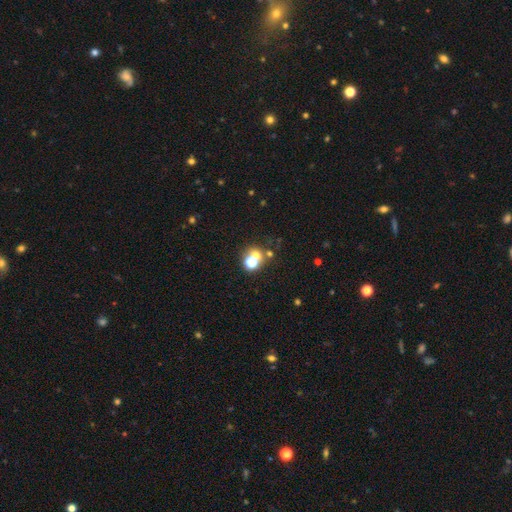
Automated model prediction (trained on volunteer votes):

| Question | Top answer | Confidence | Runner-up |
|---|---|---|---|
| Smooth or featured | smooth | 49% | star or artifact (37%) |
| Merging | none | 54% | merger (33%) |